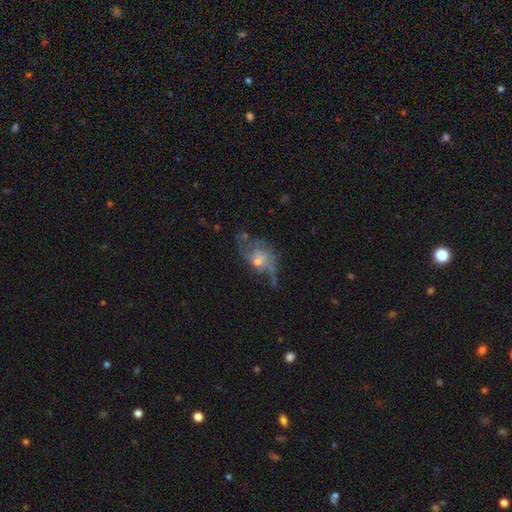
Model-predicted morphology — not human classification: This appears to be a featured or disk galaxy (65%) with no bar (75%), spiral arms (76%) and a small central bulge (51%). Merging: none (47%).